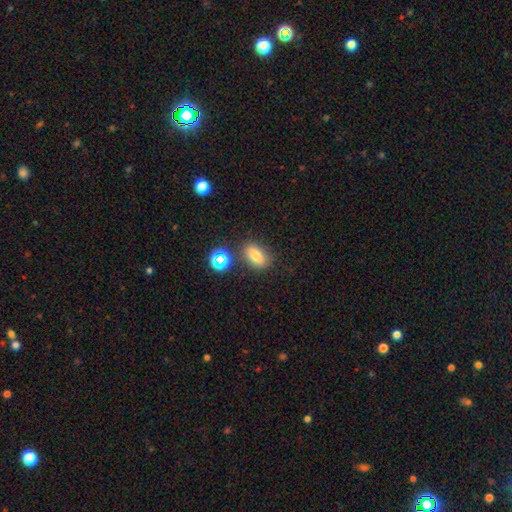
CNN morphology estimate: This is likely a smooth galaxy (75%). How rounded: likely in between (78%). Merging: likely none (77%).